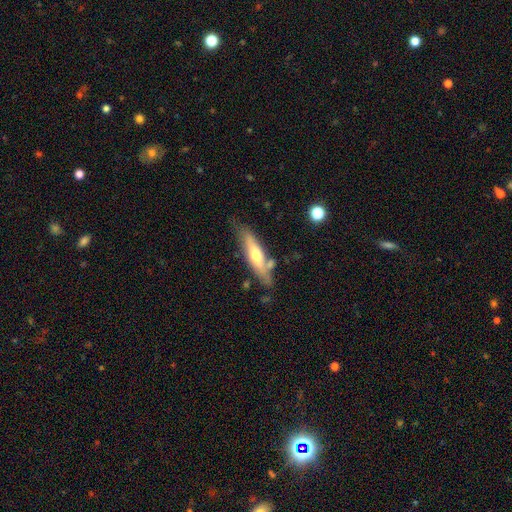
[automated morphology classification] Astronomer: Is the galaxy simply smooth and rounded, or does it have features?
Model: featured or disk — 49% (runner-up: smooth, 46%).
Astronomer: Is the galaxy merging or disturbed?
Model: none — 66%.